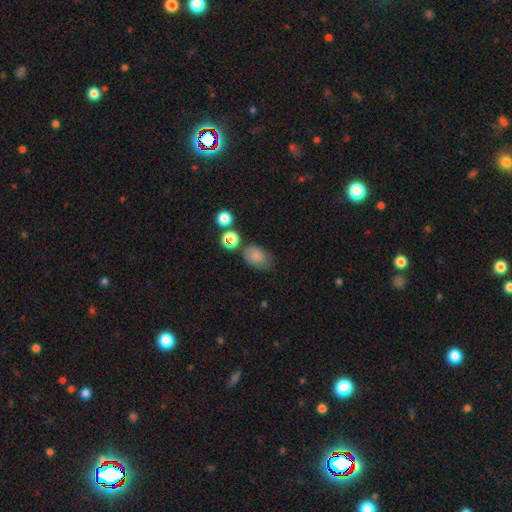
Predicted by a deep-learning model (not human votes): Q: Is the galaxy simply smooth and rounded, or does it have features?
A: smooth — 80%.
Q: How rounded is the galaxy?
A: in between — 81%.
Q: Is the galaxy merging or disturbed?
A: none — 60%.